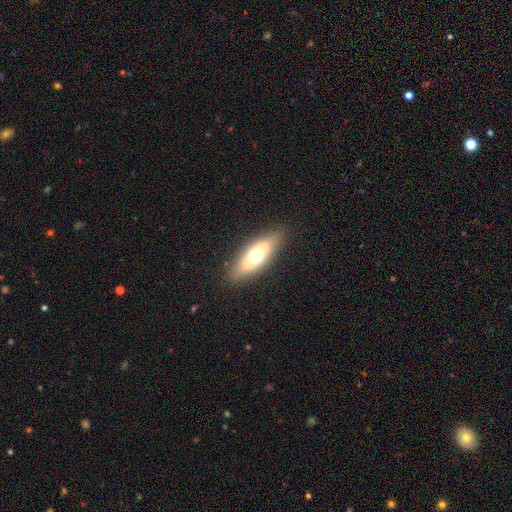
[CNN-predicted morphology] Smooth or featured: smooth — 57% (featured or disk — 36%)
How rounded: in between — 68% (cigar-shaped — 29%)
Merging: none — 84% (minor disturbance — 12%)